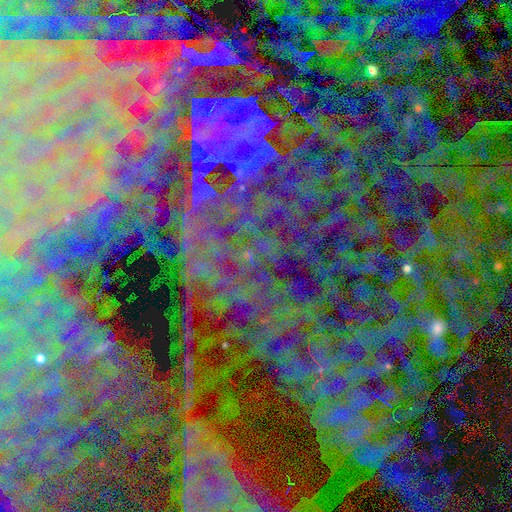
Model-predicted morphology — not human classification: Overall: star or artifact (86%).